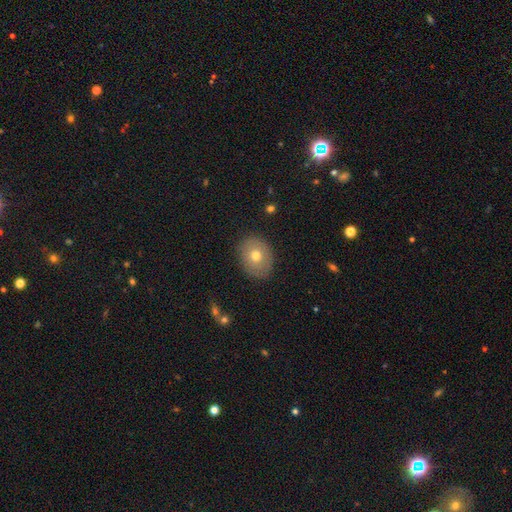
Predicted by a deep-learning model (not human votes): smooth_or_featured: smooth (p=0.67) [alt: featured or disk p=0.24]
how_rounded: in between (p=0.52) [alt: round p=0.47]
merging: none (p=0.84) [alt: minor disturbance p=0.11]